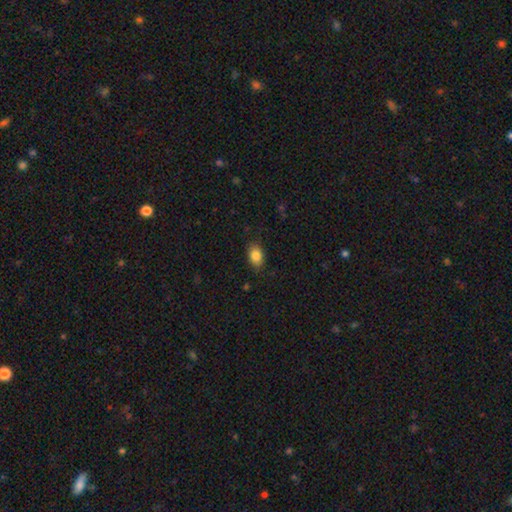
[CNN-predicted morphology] This appears to be a smooth galaxy with no disk features (85%) that is in between round and cigar-shaped (84%). Merging: none (83%).